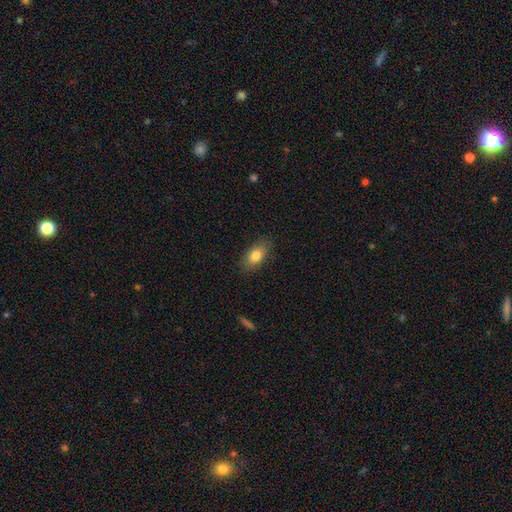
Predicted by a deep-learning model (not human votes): Overall: smooth (81%). How rounded: in between (87%). Merging: none (85%).